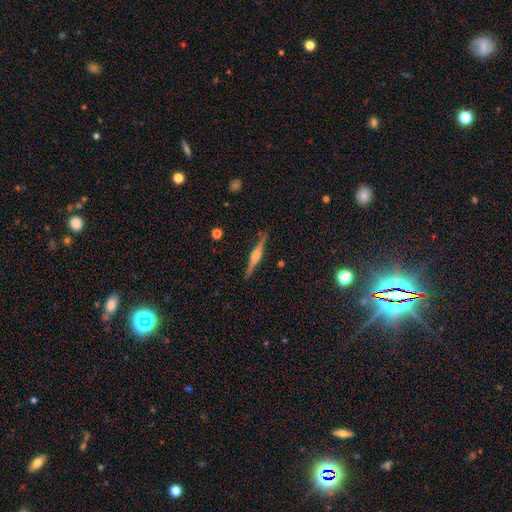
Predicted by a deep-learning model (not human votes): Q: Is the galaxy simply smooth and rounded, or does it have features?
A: featured or disk — 75%.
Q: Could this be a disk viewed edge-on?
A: yes — 98%.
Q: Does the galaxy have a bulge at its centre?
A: rounded — 69%.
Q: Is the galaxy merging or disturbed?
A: none — 89%.